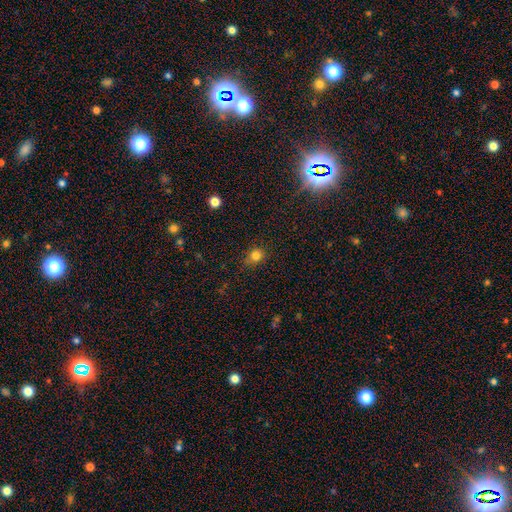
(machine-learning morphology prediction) The model was most divided on "how rounded": round: 79%, in between: 20%, cigar-shaped: 1%. More confident: smooth or featured — smooth (80%); merging — none (80%).